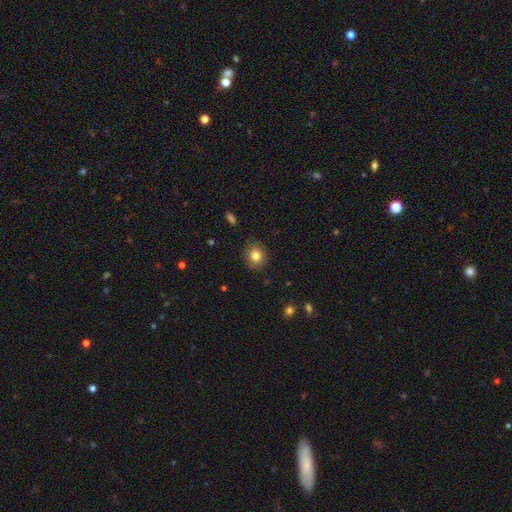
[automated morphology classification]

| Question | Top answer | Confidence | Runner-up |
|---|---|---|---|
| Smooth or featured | smooth | 81% | star or artifact (10%) |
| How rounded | round | 77% | in between (22%) |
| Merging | none | 84% | minor disturbance (12%) |